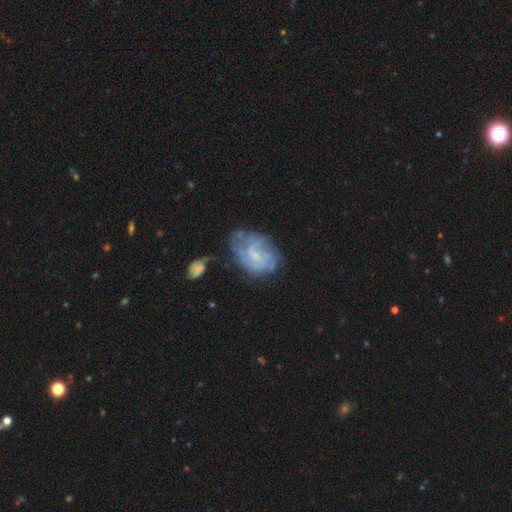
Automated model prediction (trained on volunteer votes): This appears to be a featured or disk galaxy (68%) with a weak bar (50%), spiral arms (73%) and a small central bulge (49%). Merging: none (44%).